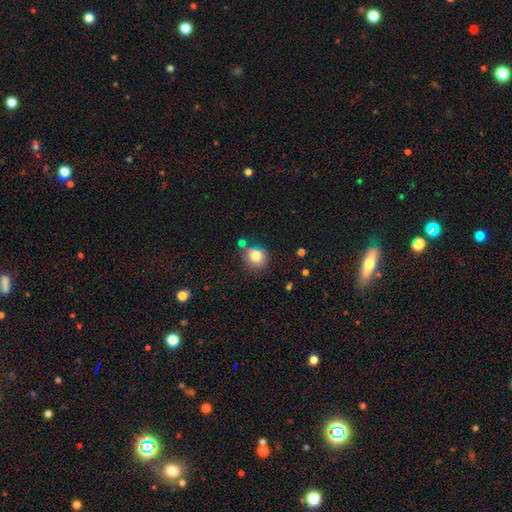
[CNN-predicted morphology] A smooth galaxy with no disk features (80%) that is round (82%). Merging: none (64%).